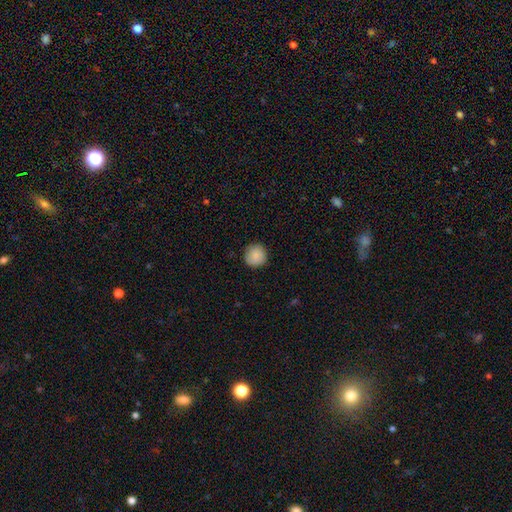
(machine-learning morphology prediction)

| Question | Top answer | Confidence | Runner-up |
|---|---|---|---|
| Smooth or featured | smooth | 87% | star or artifact (7%) |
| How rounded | round | 95% | in between (4%) |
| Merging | none | 89% | minor disturbance (8%) |